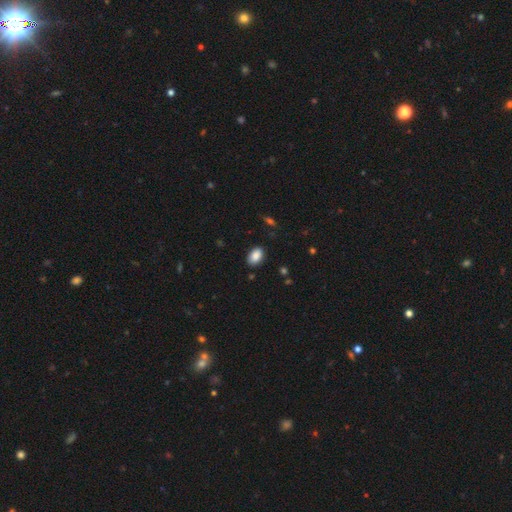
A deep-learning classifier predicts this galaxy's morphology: smooth 88%, star or artifact 7%, featured or disk 4%. Down the decision tree: how rounded — in between (88%); merging — none (87%).